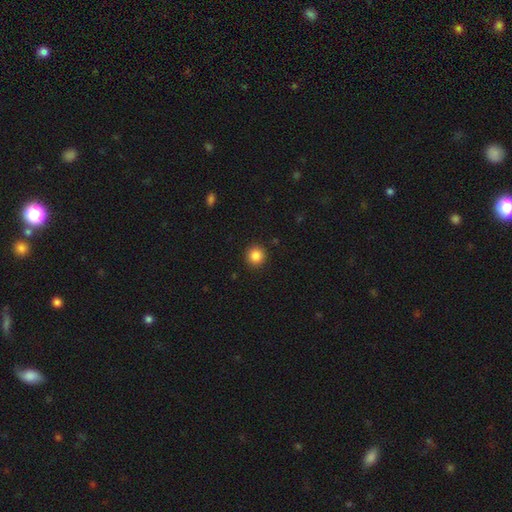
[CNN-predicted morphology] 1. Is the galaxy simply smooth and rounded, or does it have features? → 86% smooth, 10% star or artifact, 4% featured or disk.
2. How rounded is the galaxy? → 93% round, 6% in between, 1% cigar-shaped.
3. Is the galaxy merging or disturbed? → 91% none, 6% minor disturbance, 2% major disturbance, 1% merger.